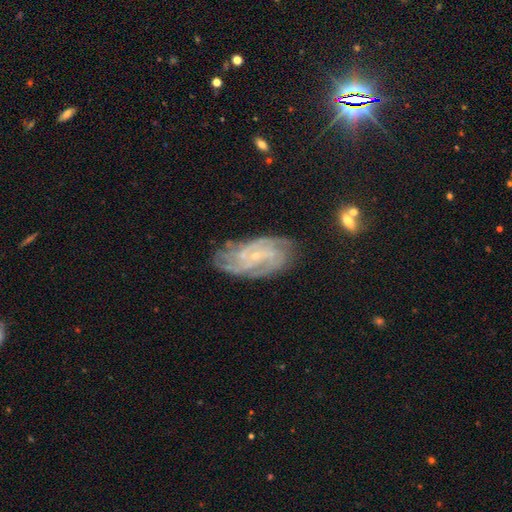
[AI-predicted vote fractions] Q: Smooth or featured?
A: featured or disk (84%); runner-up: smooth (8%)
Q: Edge-on disk?
A: no (96%); runner-up: yes (4%)
Q: Bar?
A: no (54%); runner-up: weak (36%)
Q: Spiral arms?
A: yes (96%); runner-up: no (4%)
Q: Spiral winding?
A: tight (61%); runner-up: medium (32%)
Q: Spiral arm count?
A: can't tell (29%); runner-up: 4 (22%)
Q: Bulge size?
A: small (83%); runner-up: moderate (11%)
Q: Merging?
A: none (73%); runner-up: minor disturbance (18%)